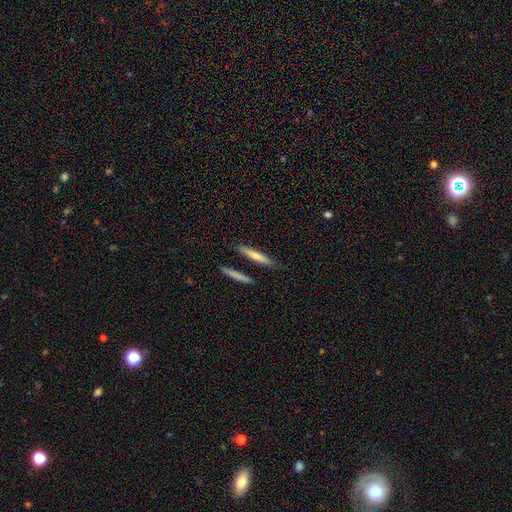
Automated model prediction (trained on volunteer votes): This is likely a smooth galaxy (68%). How rounded: clearly cigar-shaped (91%). Merging: clearly none (80%).